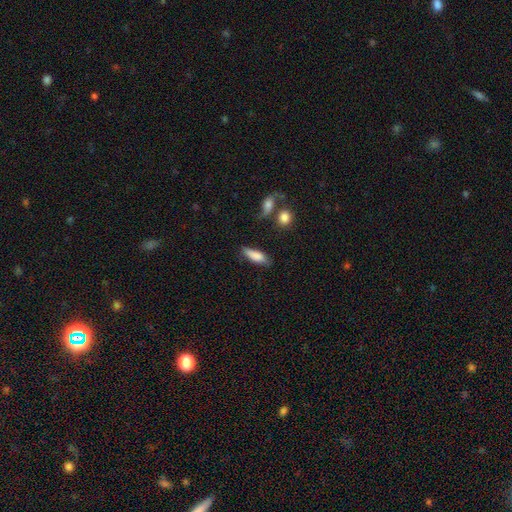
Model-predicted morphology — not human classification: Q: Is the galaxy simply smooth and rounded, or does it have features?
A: smooth — 82%.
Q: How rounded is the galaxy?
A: in between — 58%.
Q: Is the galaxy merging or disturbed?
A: none — 66%.